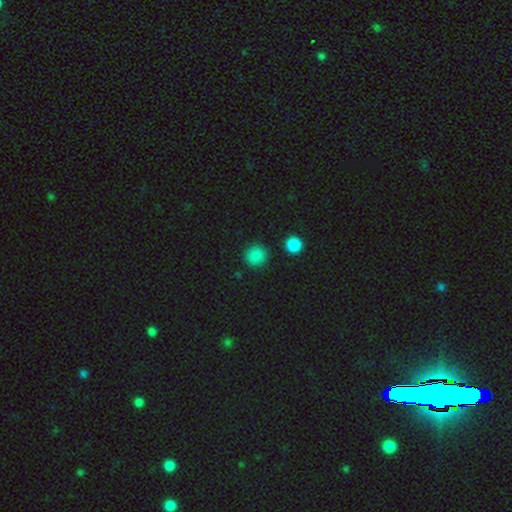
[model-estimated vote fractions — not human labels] A smooth galaxy with no disk features (85%) that is round (93%). Merging: none (88%).